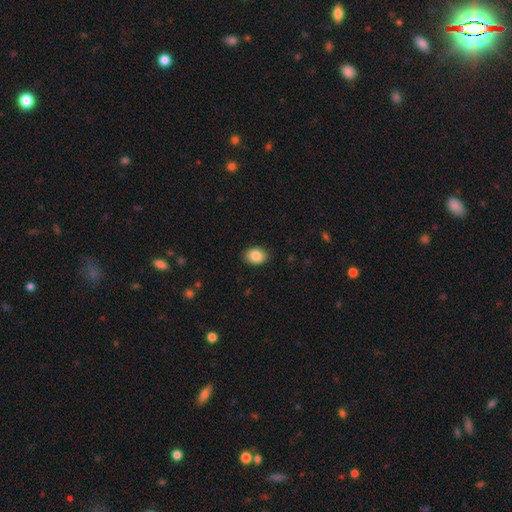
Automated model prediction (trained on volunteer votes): This appears to be a smooth galaxy with no disk features (86%) that is in between round and cigar-shaped (71%). Merging: none (87%).